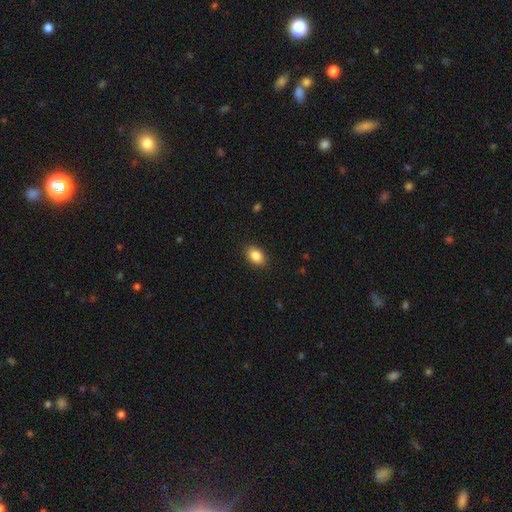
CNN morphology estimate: smooth 87%, star or artifact 8%, featured or disk 5%. Down the decision tree: how rounded — in between (84%); merging — none (89%).